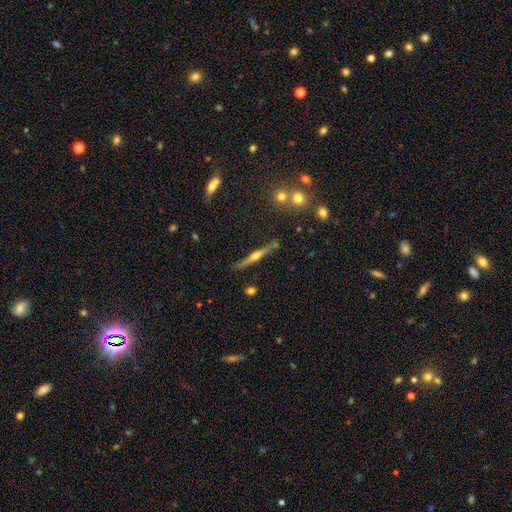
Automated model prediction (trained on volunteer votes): smooth_or_featured: featured or disk (p=0.72) [alt: smooth p=0.21]
disk_edge_on: yes (p=0.97) [alt: no p=0.03]
edge_on_bulge: rounded (p=0.89) [alt: none p=0.06]
merging: none (p=0.83) [alt: minor disturbance p=0.10]